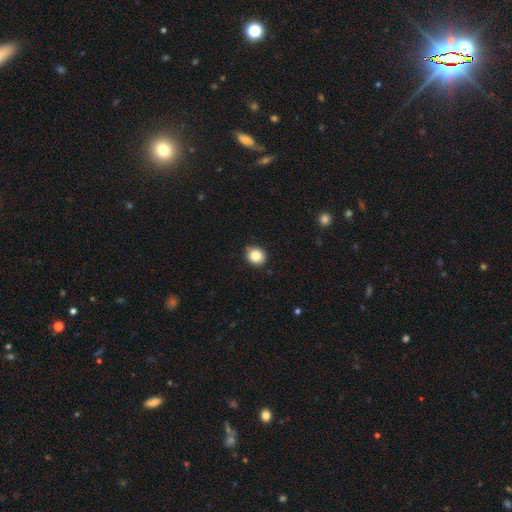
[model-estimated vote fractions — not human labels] Smooth or featured?
  - smooth: 83% *
  - star or artifact: 10%
  - featured or disk: 7%
How rounded?
  - round: 76% *
  - in between: 23%
  - cigar-shaped: 1%
Merging?
  - none: 84% *
  - minor disturbance: 13%
  - major disturbance: 2%
  - merger: 1%